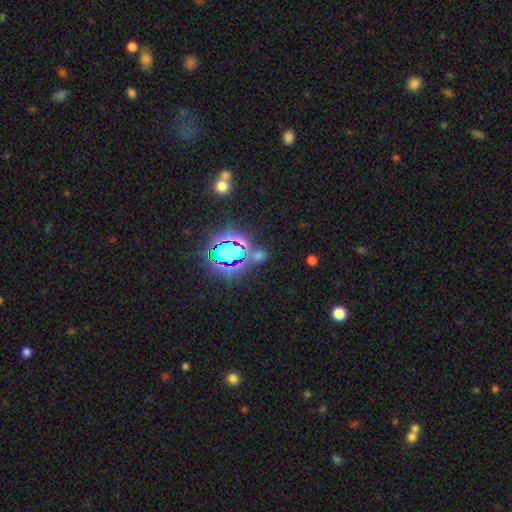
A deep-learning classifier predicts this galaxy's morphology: This is likely a star or artifact rather than a galaxy (66%).